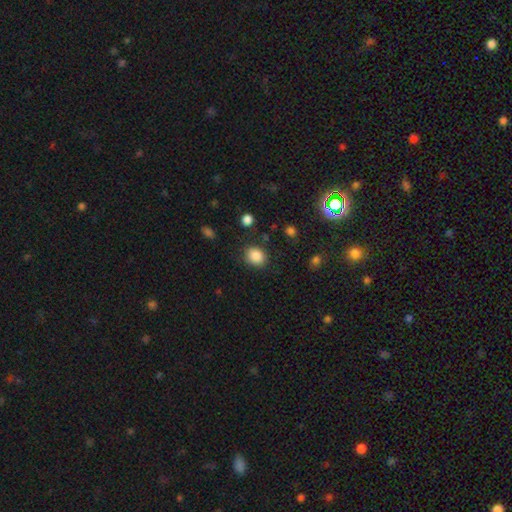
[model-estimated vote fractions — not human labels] Morphology: type=smooth (87%); roundness=round (65%); merging=none (85%).